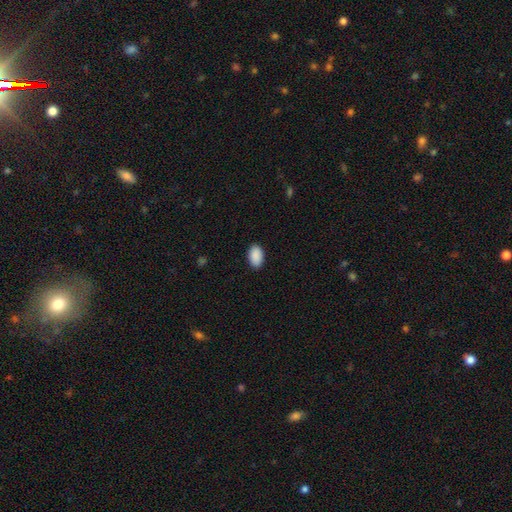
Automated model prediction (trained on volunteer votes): This is clearly a smooth galaxy (91%). How rounded: clearly in between (93%). Merging: clearly none (89%).